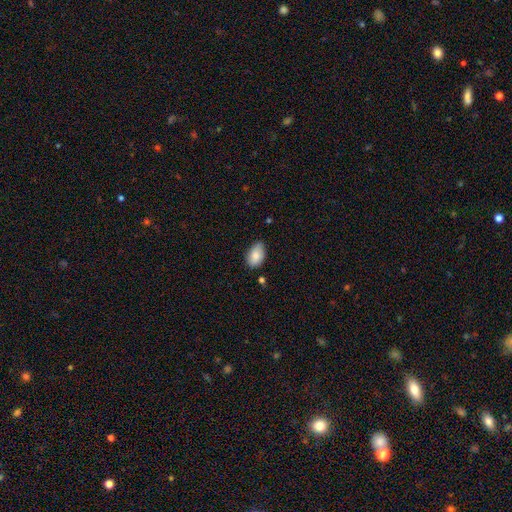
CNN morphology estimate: This is clearly a smooth galaxy (80%). How rounded: clearly in between (91%). Merging: likely none (67%).